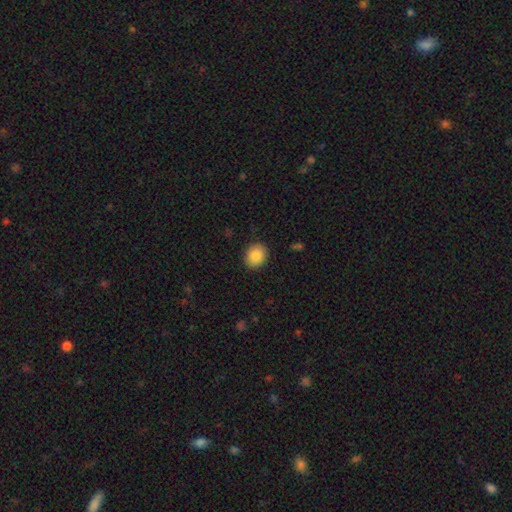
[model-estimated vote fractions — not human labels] Smooth or featured? Predicted: smooth (p=0.86). How rounded? Predicted: round (p=0.66). Merging? Predicted: none (p=0.89).